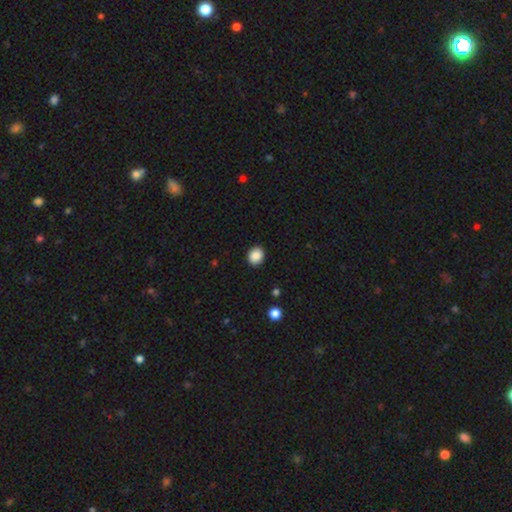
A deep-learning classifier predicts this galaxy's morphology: Smooth or featured: smooth — 88% (star or artifact — 9%)
How rounded: round — 65% (in between — 34%)
Merging: none — 91% (minor disturbance — 6%)